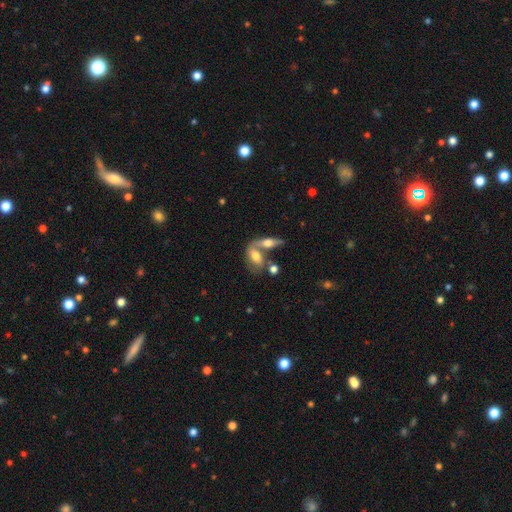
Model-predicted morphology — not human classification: smooth 52%, featured or disk 41%, star or artifact 8%. Down the decision tree: how rounded — in between (80%); merging — merger (55%).